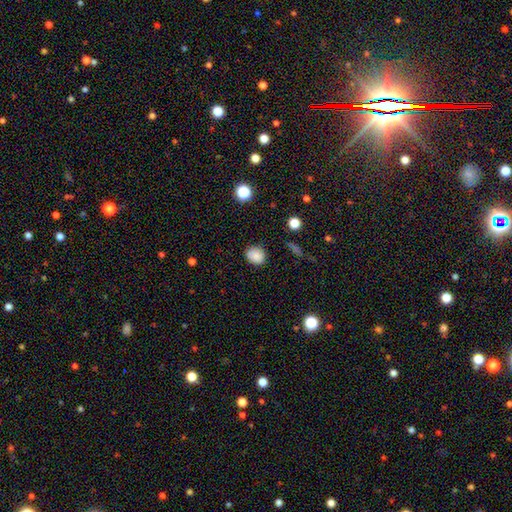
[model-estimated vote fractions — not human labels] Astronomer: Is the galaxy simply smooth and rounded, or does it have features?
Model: smooth — 85%.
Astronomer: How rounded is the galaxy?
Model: round — 64%.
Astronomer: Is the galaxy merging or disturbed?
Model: none — 82%.